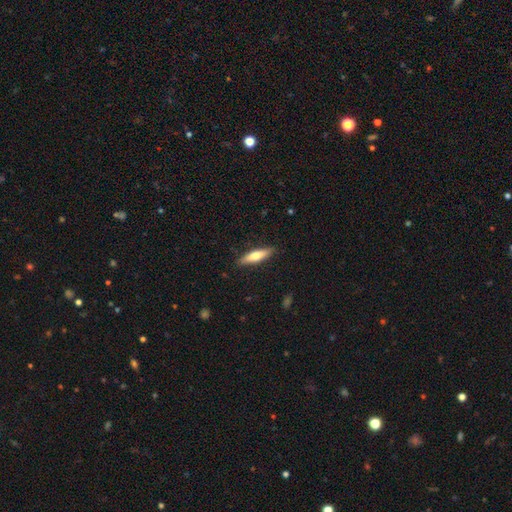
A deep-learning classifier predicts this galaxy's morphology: The model was most divided on "smooth or featured": smooth: 59%, featured or disk: 36%, star or artifact: 6%. More confident: merging — none (88%); how rounded — cigar-shaped (72%).